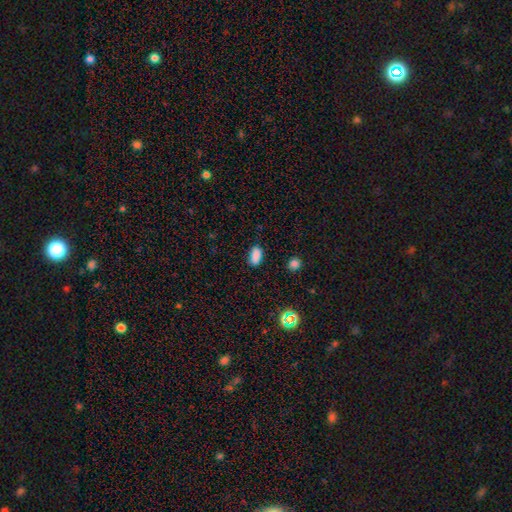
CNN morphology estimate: smooth 84%, star or artifact 12%, featured or disk 4%. Down the decision tree: how rounded — in between (89%); merging — none (83%).